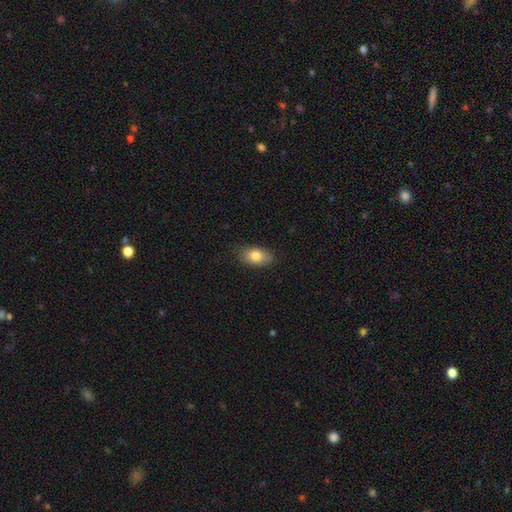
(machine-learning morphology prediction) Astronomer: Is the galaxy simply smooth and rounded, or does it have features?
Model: smooth — 80%.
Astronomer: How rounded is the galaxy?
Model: in between — 89%.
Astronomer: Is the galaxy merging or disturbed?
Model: none — 76%.